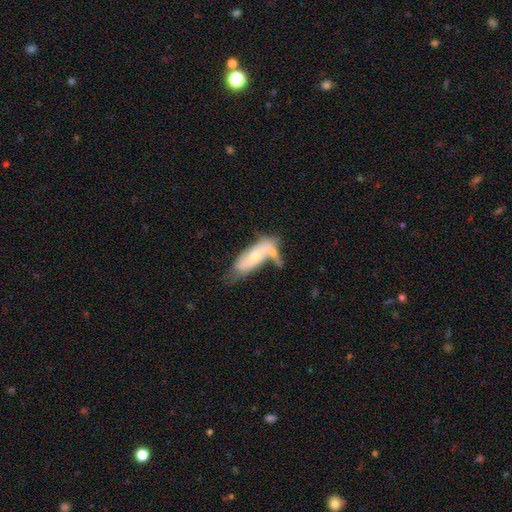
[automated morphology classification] smooth_or_featured: featured or disk (p=0.47) [alt: smooth p=0.46]
merging: merger (p=0.38) [alt: none p=0.29]